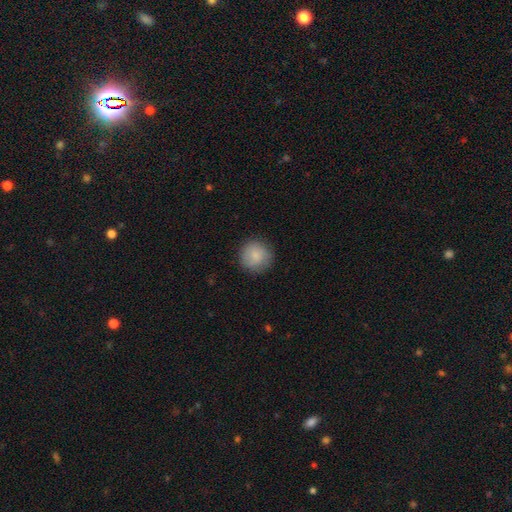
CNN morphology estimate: smooth_or_featured: smooth (p=0.85) [alt: featured or disk p=0.08]
how_rounded: round (p=0.94) [alt: in between p=0.05]
merging: none (p=0.86) [alt: minor disturbance p=0.10]